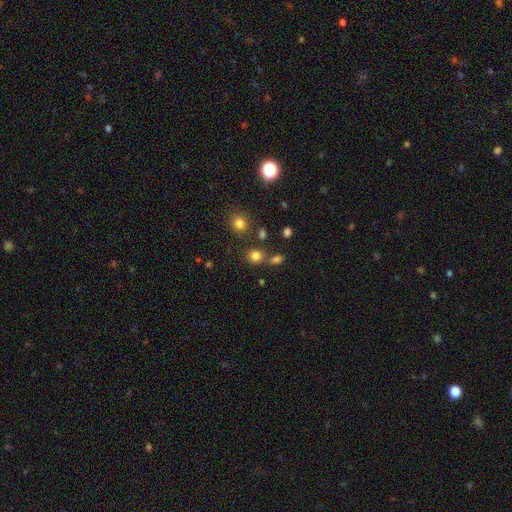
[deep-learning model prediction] smooth_or_featured: smooth (p=0.79) [alt: star or artifact p=0.15]
how_rounded: round (p=0.81) [alt: in between p=0.18]
merging: none (p=0.71) [alt: merger p=0.16]